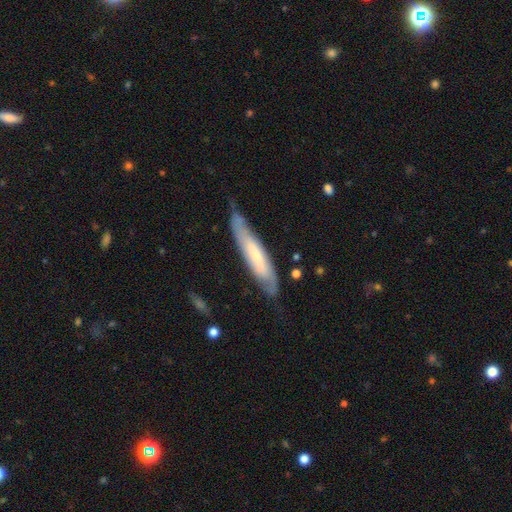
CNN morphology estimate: smooth-or-featured: featured or disk: 53% | smooth: 41% | star or artifact: 6%
  disk-edge-on: no: 50% (tied) | yes: 50% (tied)
  merging: none: 67% | minor disturbance: 24% | major disturbance: 7% | merger: 2%